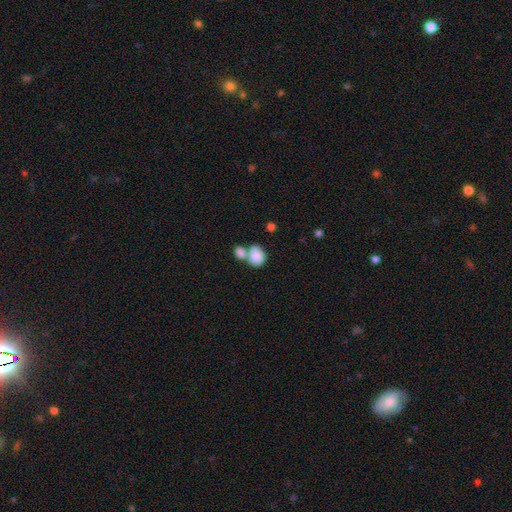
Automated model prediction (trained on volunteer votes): Smooth or featured? smooth (84%)
How rounded? in between (59%)
Merging? merger (57%)